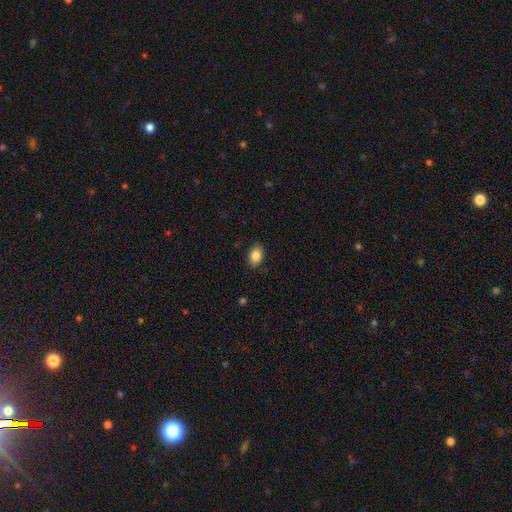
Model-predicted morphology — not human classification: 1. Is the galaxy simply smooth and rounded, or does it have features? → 86% smooth, 8% star or artifact, 6% featured or disk.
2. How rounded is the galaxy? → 81% in between, 18% round, 1% cigar-shaped.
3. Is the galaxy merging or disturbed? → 88% none, 9% minor disturbance, 2% major disturbance, 1% merger.